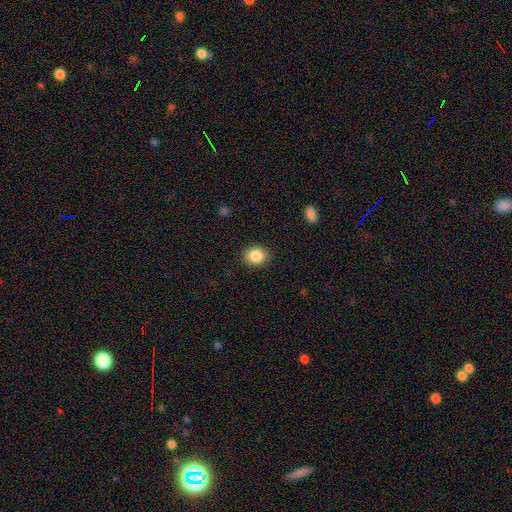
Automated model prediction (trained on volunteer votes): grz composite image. It shows a smooth galaxy with no disk features (87%) that is round (70%). Merging: none (89%).